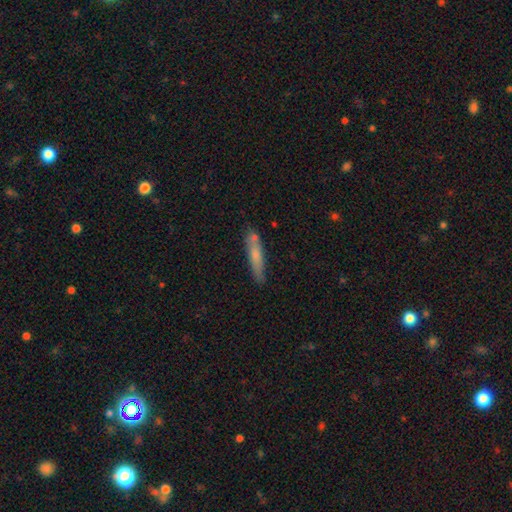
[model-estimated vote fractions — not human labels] smooth_or_featured: smooth (p=0.71) [alt: featured or disk p=0.23]
how_rounded: cigar-shaped (p=0.86) [alt: in between p=0.12]
merging: none (p=0.72) [alt: minor disturbance p=0.17]